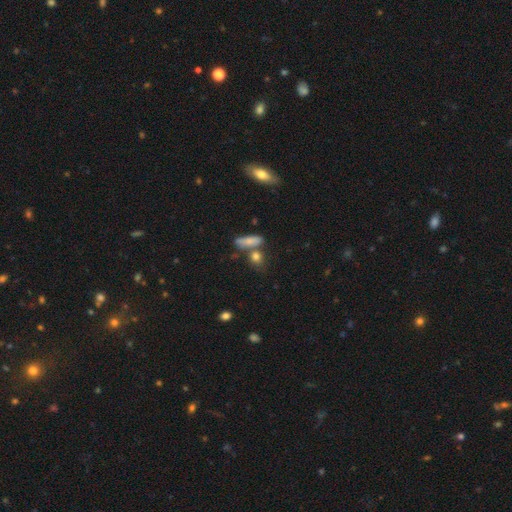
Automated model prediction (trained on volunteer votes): Q: Smooth or featured?
A: smooth (68%); runner-up: star or artifact (17%)
Q: How rounded?
A: in between (35%); runner-up: cigar-shaped (34%)
Q: Merging?
A: none (62%); runner-up: merger (21%)